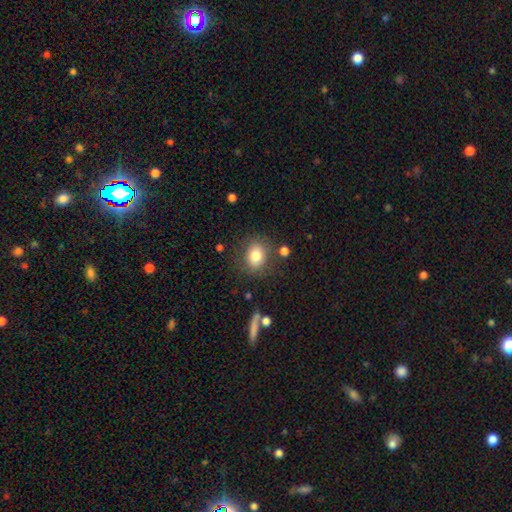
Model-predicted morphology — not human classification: smooth-or-featured: smooth: 80% | star or artifact: 10% | featured or disk: 10%
  how-rounded: round: 60% | in between: 39% | cigar-shaped: 1%
  merging: none: 79% | minor disturbance: 12% | major disturbance: 5% | merger: 4%